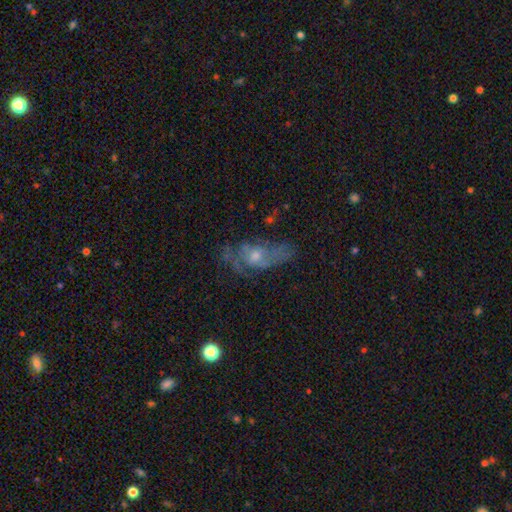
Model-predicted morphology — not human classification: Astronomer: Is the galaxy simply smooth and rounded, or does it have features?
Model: featured or disk — 60%.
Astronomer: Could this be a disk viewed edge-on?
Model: no — 88%.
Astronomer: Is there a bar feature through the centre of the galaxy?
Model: no — 78%.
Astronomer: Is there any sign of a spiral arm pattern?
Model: yes — 54% (runner-up: no, 46%).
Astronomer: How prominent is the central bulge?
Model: small — 45%, tied with moderate at 45%.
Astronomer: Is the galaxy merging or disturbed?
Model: none — 49%.